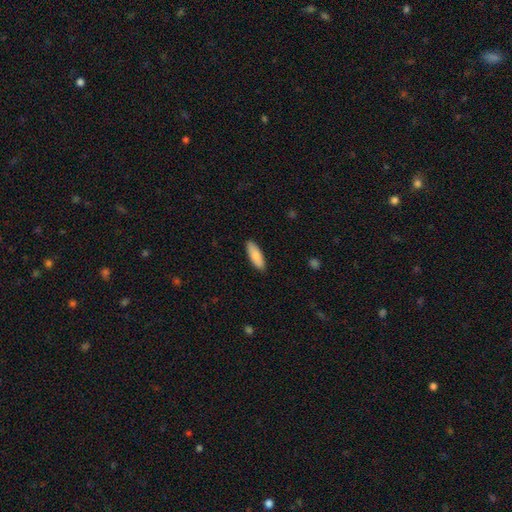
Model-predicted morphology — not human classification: smooth_or_featured: smooth (p=0.85) [alt: featured or disk p=0.10]
how_rounded: in between (p=0.63) [alt: cigar-shaped p=0.35]
merging: none (p=0.89) [alt: minor disturbance p=0.08]